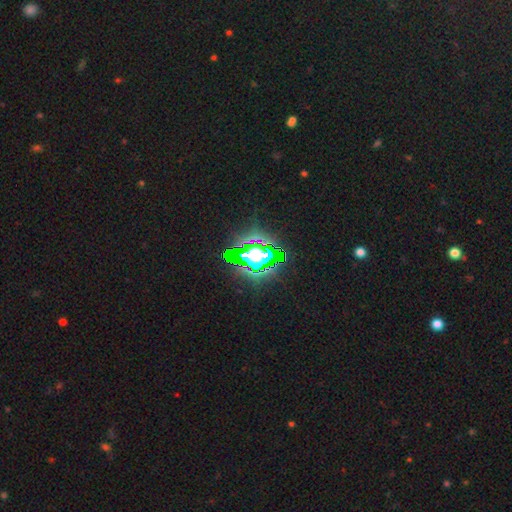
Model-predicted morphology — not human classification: A star or artifact, not a galaxy (60%).

Vote fractions:
- Smooth or featured? star or artifact: 60% / featured or disk: 20% / smooth: 20%